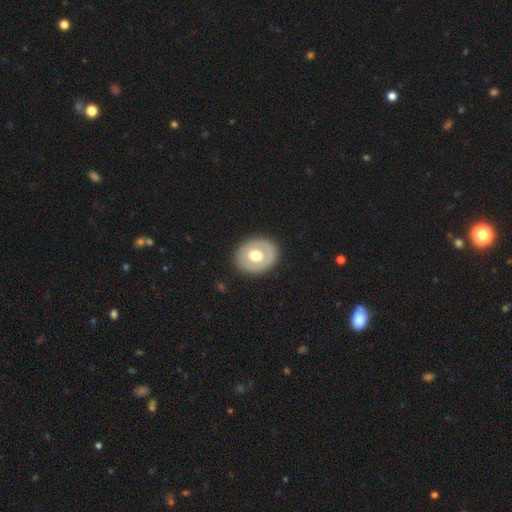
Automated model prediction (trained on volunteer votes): Q: Smooth or featured?
A: smooth (55%); runner-up: featured or disk (39%)
Q: How rounded?
A: round (55%); runner-up: in between (44%)
Q: Merging?
A: none (87%); runner-up: minor disturbance (9%)